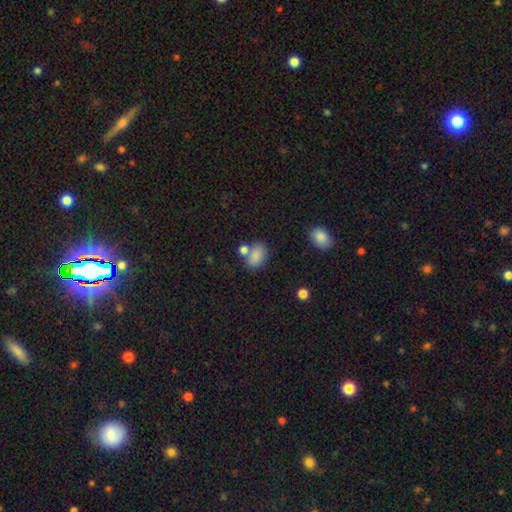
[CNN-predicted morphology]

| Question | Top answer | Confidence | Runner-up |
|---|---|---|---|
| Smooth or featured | smooth | 83% | star or artifact (10%) |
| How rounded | in between | 82% | round (16%) |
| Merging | none | 55% | merger (23%) |